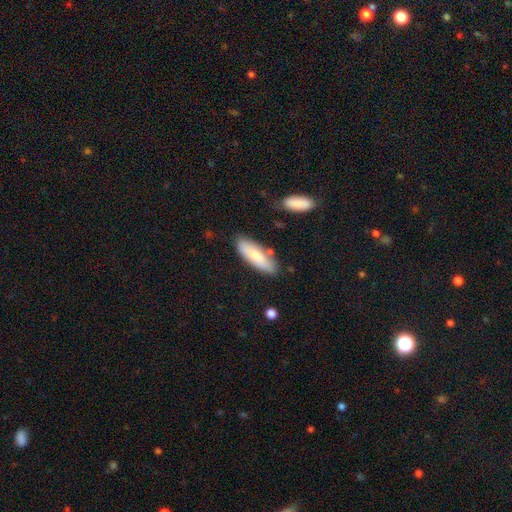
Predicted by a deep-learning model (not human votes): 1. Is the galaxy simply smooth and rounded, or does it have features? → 76% smooth, 19% featured or disk, 6% star or artifact.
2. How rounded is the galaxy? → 59% in between, 39% cigar-shaped, 2% round.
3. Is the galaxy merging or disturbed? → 77% none, 16% minor disturbance, 5% merger, 3% major disturbance.